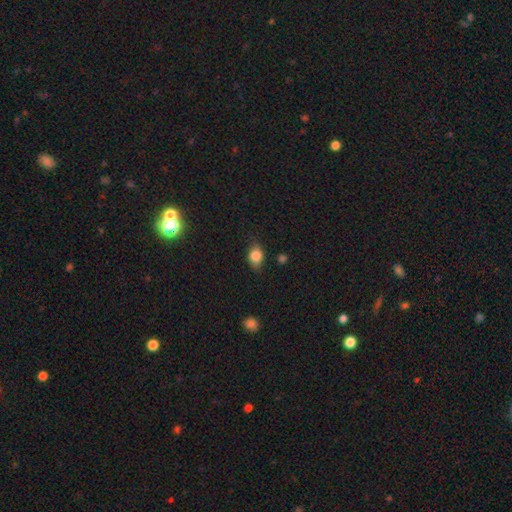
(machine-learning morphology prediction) Smooth or featured: smooth — 81% (star or artifact — 10%)
How rounded: in between — 66% (round — 32%)
Merging: none — 72% (minor disturbance — 22%)